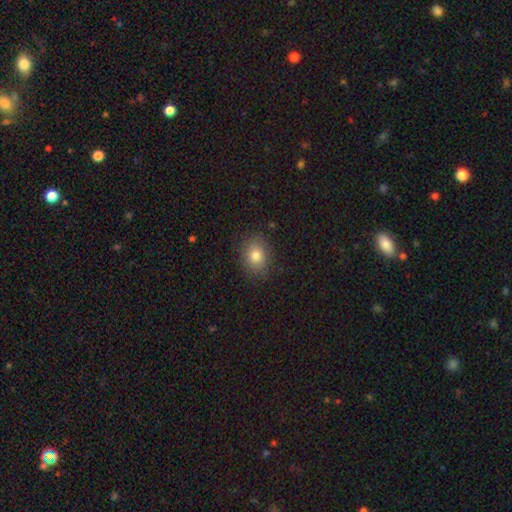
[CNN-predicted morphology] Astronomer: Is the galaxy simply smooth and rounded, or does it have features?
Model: smooth — 80%.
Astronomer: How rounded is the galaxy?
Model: in between — 51% (runner-up: round, 48%).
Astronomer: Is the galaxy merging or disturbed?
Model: none — 85%.